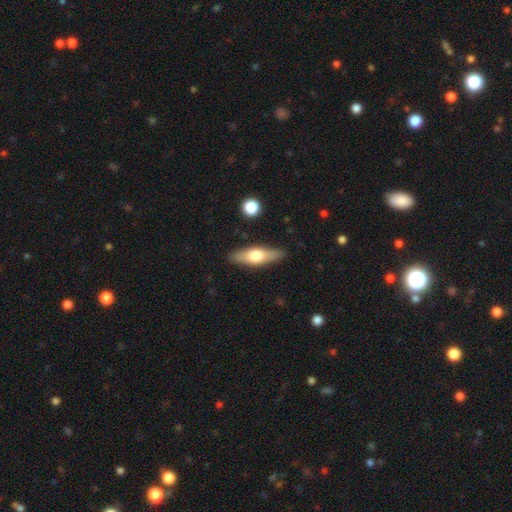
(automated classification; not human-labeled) Smooth or featured? Predicted: smooth (p=0.53). How rounded? Predicted: cigar-shaped (p=0.52). Merging? Predicted: none (p=0.86).